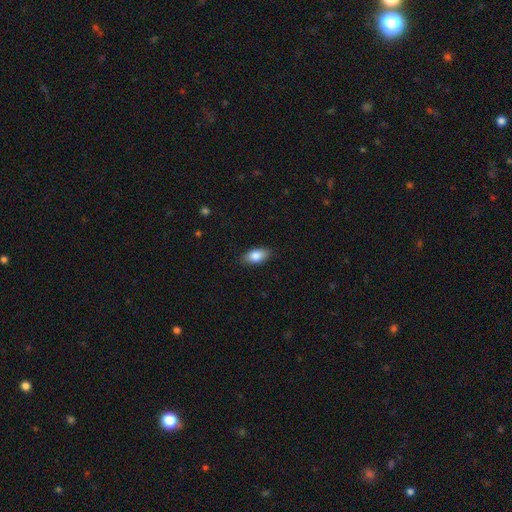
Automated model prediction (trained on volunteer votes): Smooth or featured?
  - smooth: 84% *
  - featured or disk: 9%
  - star or artifact: 7%
How rounded?
  - in between: 90% *
  - cigar-shaped: 5%
  - round: 4%
Merging?
  - none: 85% *
  - minor disturbance: 11%
  - major disturbance: 2%
  - merger: 1%